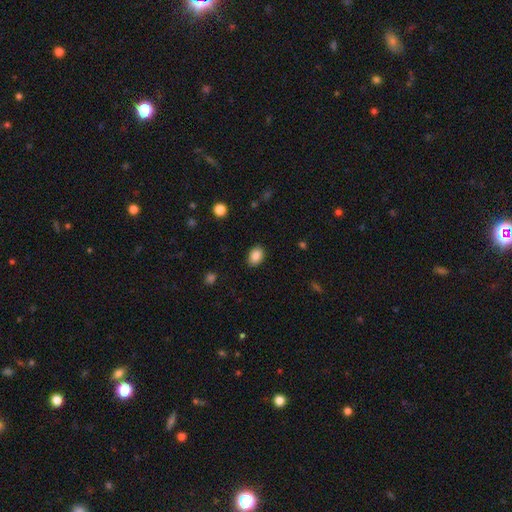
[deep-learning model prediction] smooth_or_featured: smooth (p=0.87) [alt: star or artifact p=0.08]
how_rounded: in between (p=0.75) [alt: round p=0.24]
merging: none (p=0.88) [alt: minor disturbance p=0.09]